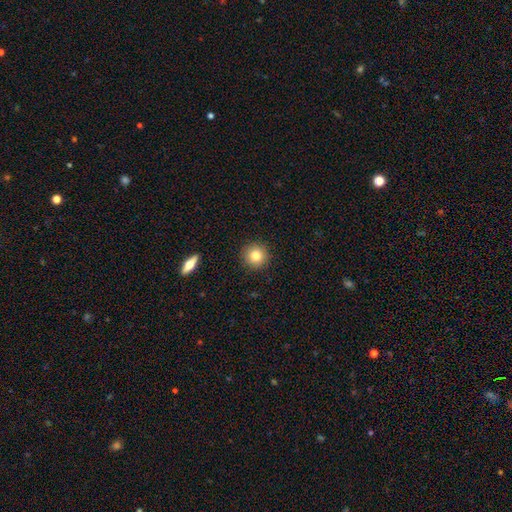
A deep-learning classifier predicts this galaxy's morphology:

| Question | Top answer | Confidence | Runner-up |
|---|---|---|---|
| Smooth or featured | smooth | 81% | star or artifact (10%) |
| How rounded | round | 94% | in between (5%) |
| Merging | none | 91% | minor disturbance (6%) |